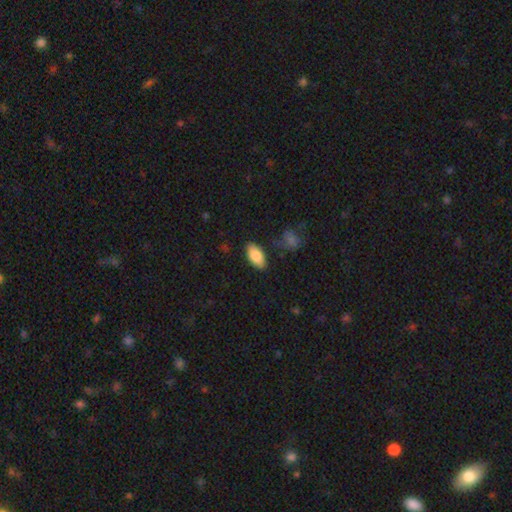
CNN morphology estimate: Smooth or featured? smooth (83%)
How rounded? in between (92%)
Merging? none (84%)